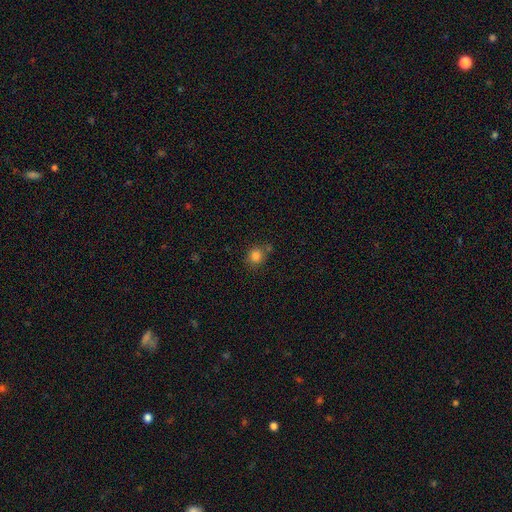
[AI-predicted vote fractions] Smooth or featured? Predicted: smooth (p=0.83). How rounded? Predicted: round (p=0.78). Merging? Predicted: none (p=0.67).